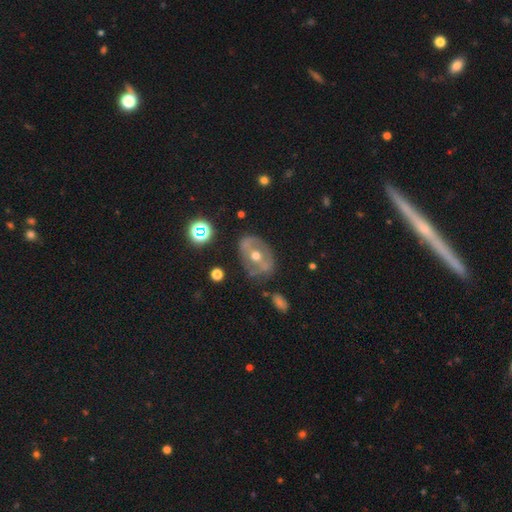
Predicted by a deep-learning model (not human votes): featured or disk 69%, smooth 21%, star or artifact 11%. Down the decision tree: edge-on disk — no (92%); bar — strong (36%); spiral arms — yes (50%, tied with no); bulge size — moderate (68%); merging — none (70%).